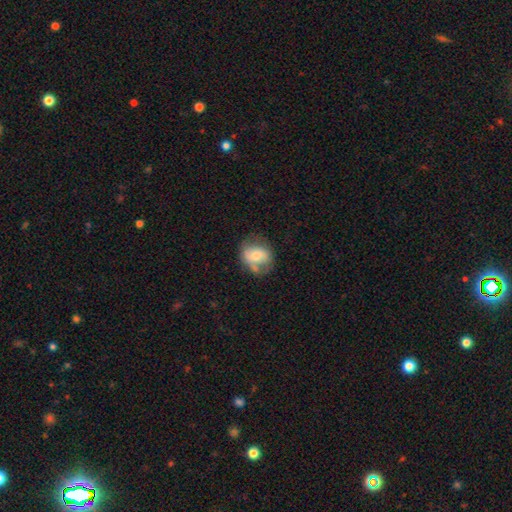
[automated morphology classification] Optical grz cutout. It shows a smooth galaxy with no disk features (56%) that is round (50%). Merging: none (48%).